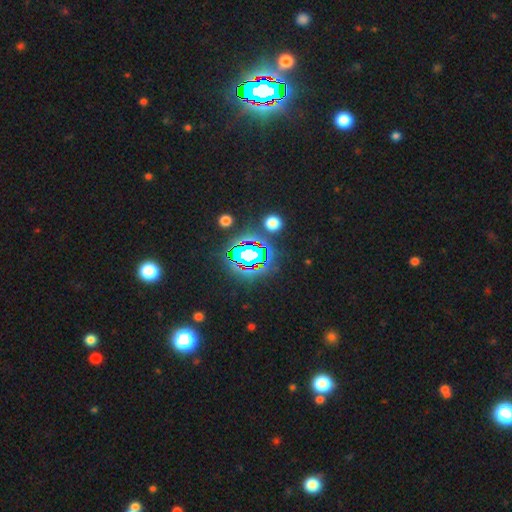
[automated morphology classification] The model was most divided on "smooth or featured": star or artifact: 83%, smooth: 10%, featured or disk: 7%.